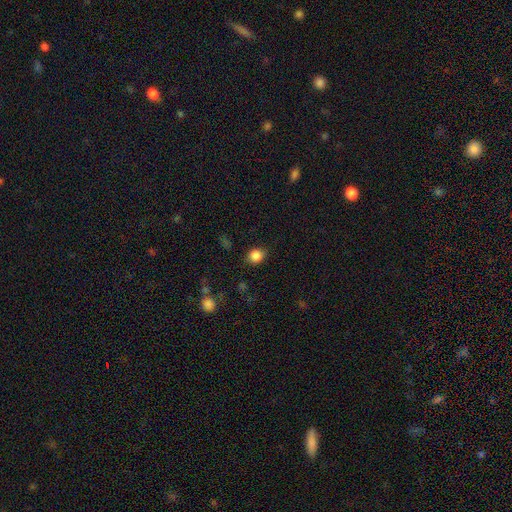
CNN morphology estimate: smooth 85%, star or artifact 11%, featured or disk 4%. Down the decision tree: how rounded — round (63%); merging — none (83%).